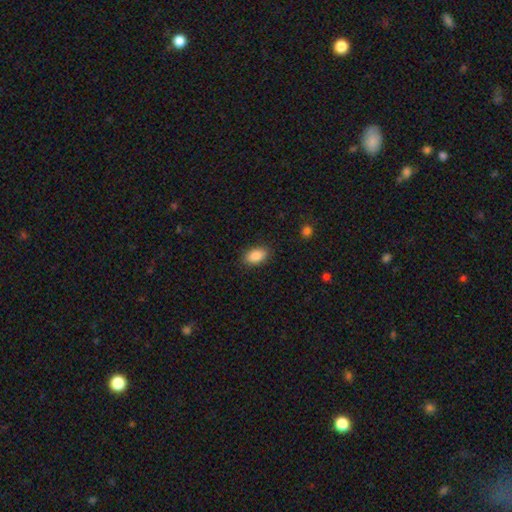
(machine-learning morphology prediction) A smooth galaxy with no disk features (89%) that is in between round and cigar-shaped (92%). Merging: none (87%).